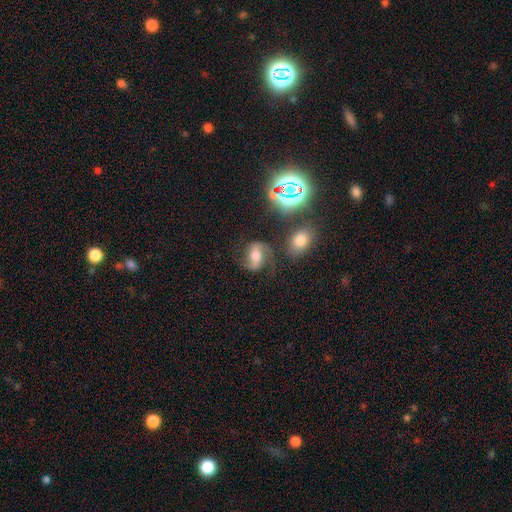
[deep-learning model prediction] This appears to be a featured or disk galaxy (67%) with a weak bar (38%), 2 (90%) loose (46%) spiral arms (92%) and a moderate central bulge (65%). Merging: none (67%).